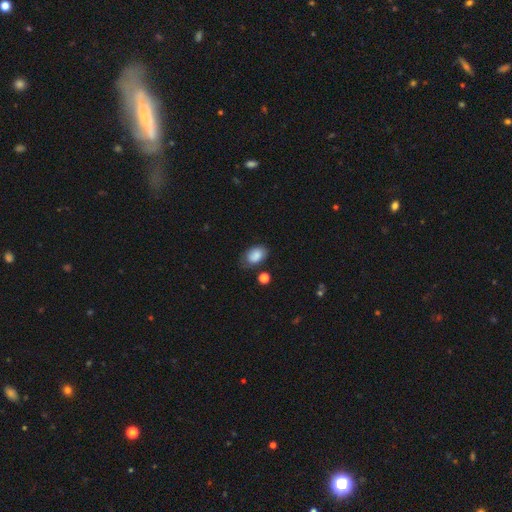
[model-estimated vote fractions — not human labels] A smooth galaxy with no disk features (86%) that is in between round and cigar-shaped (86%). Merging: none (70%).